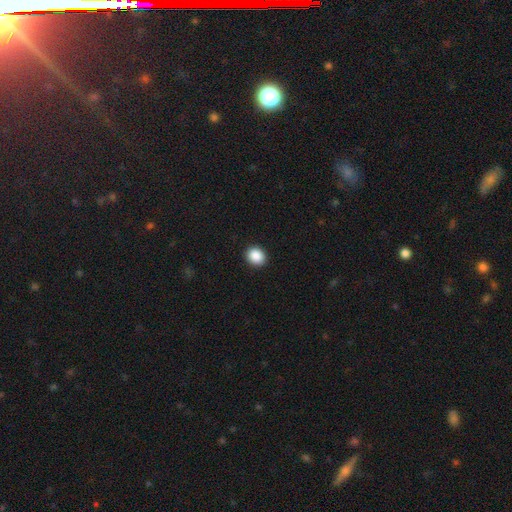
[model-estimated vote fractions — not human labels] This is clearly a smooth galaxy (89%). How rounded: likely round (70%). Merging: clearly none (92%).